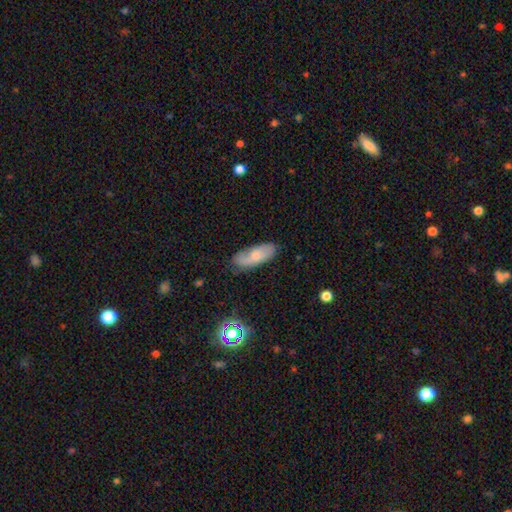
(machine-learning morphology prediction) Smooth or featured?
  - smooth: 60% *
  - featured or disk: 33%
  - star or artifact: 8%
How rounded?
  - in between: 78% *
  - cigar-shaped: 20%
  - round: 3%
Merging?
  - none: 71% *
  - minor disturbance: 22%
  - major disturbance: 5%
  - merger: 2%